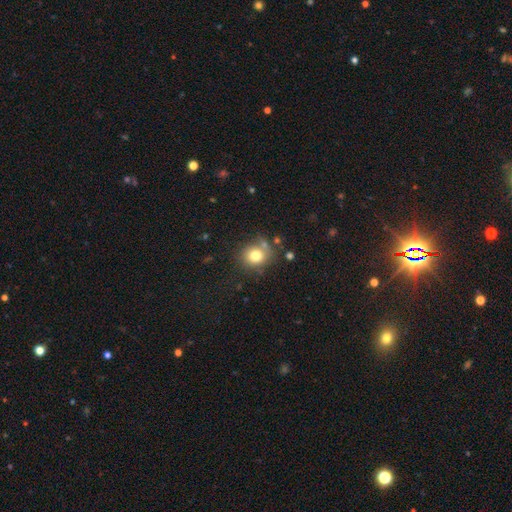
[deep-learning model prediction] smooth-or-featured: smooth: 78% | star or artifact: 12% | featured or disk: 10%
  how-rounded: round: 78% | in between: 21% | cigar-shaped: 1%
  merging: none: 70% | minor disturbance: 16% | merger: 9% | major disturbance: 5%